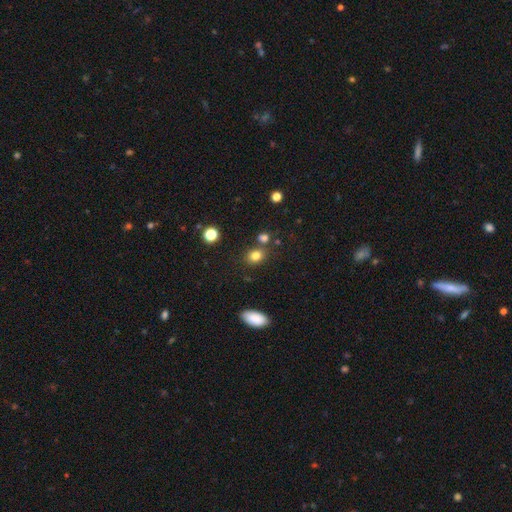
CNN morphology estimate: type=smooth (81%); roundness=round (52%); merging=none (73%).